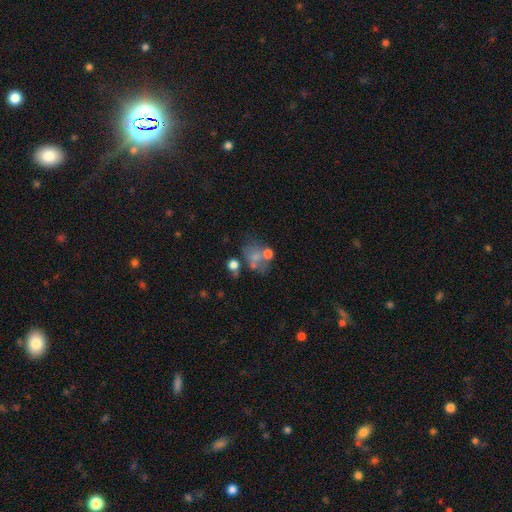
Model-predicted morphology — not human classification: smooth 51%, featured or disk 33%, star or artifact 17%. Down the decision tree: how rounded — in between (57%); merging — merger (33%).